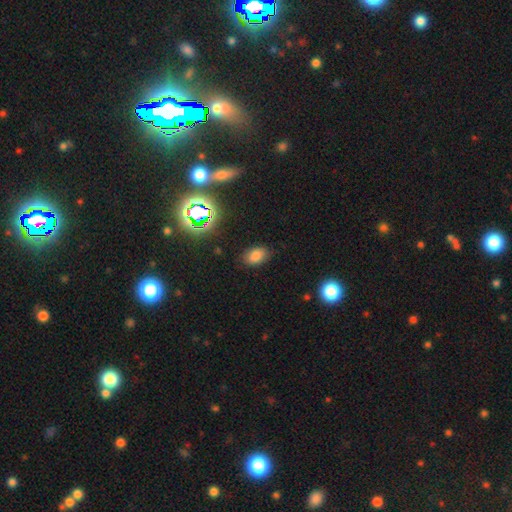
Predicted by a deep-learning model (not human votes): Q: Smooth or featured?
A: smooth (75%); runner-up: star or artifact (17%)
Q: How rounded?
A: in between (88%); runner-up: round (11%)
Q: Merging?
A: none (83%); runner-up: minor disturbance (12%)